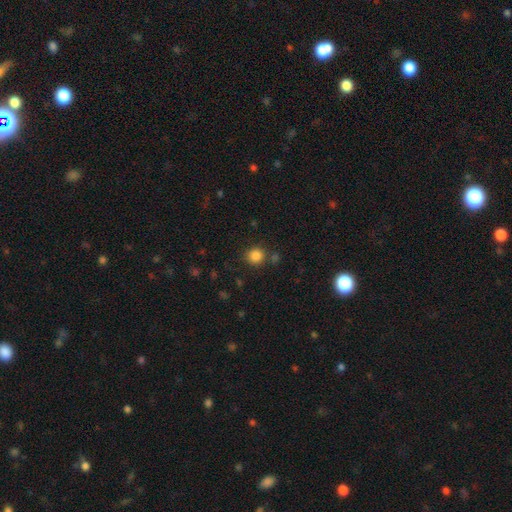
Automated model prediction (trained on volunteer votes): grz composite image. It shows a smooth galaxy with no disk features (84%) that is round (88%). Merging: none (83%).